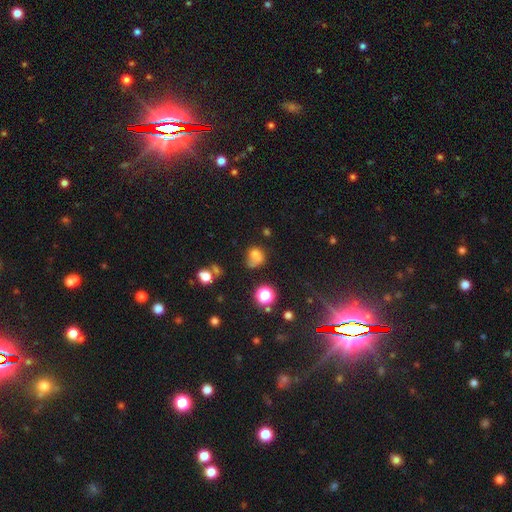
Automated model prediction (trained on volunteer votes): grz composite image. It shows a smooth galaxy with no disk features (67%) that is round (57%). Merging: none (37%).